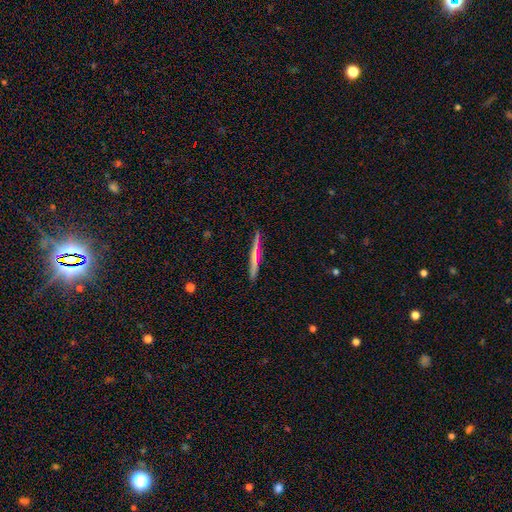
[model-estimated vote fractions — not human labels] smooth 47%, featured or disk 46%, star or artifact 7%. Down the decision tree: merging — none (88%).